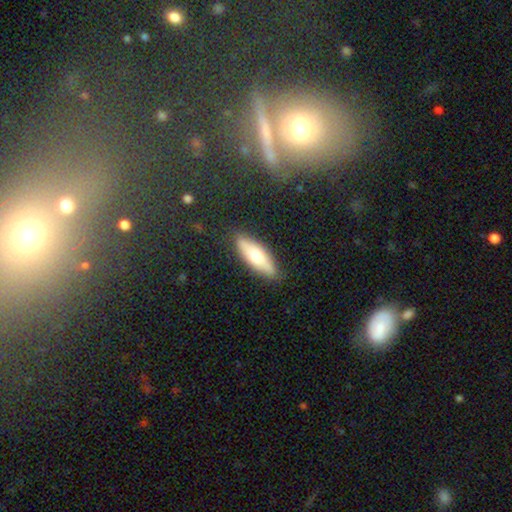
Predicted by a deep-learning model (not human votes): A smooth galaxy with no disk features (65%) that is in between round and cigar-shaped (53%). Merging: none (85%).